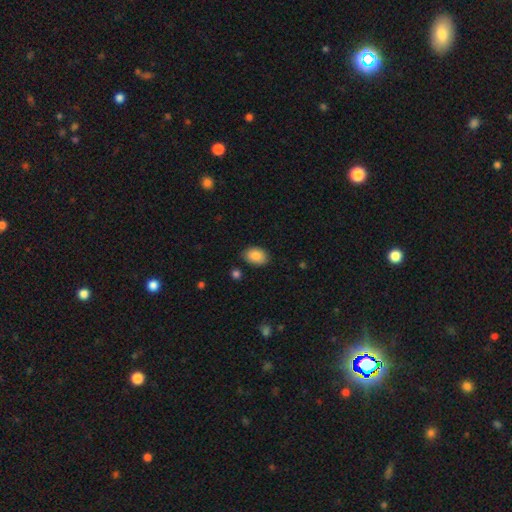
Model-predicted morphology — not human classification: Smooth or featured?
  - smooth: 88% *
  - star or artifact: 7%
  - featured or disk: 5%
How rounded?
  - in between: 82% *
  - round: 17%
  - cigar-shaped: 1%
Merging?
  - none: 81% *
  - minor disturbance: 14%
  - major disturbance: 3%
  - merger: 2%